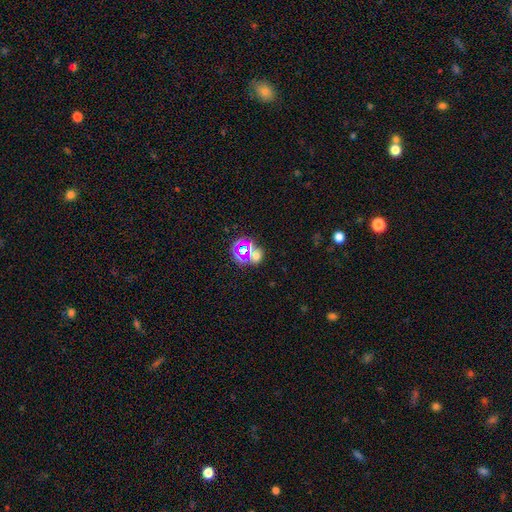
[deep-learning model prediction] Smooth or featured? star or artifact (46%)